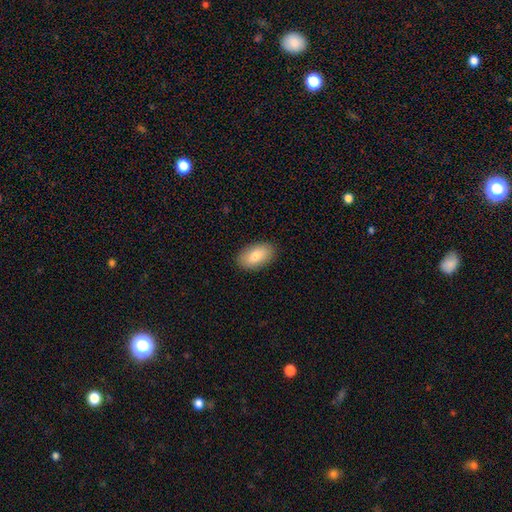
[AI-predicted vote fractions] Smooth or featured? Predicted: smooth (p=0.84). How rounded? Predicted: in between (p=0.94). Merging? Predicted: none (p=0.89).